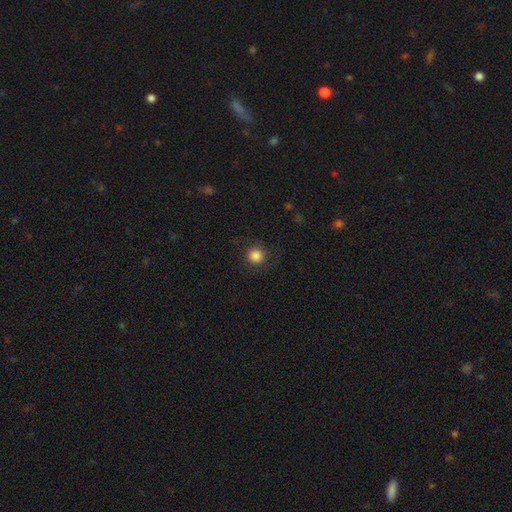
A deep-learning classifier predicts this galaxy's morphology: type=smooth (86%); roundness=round (94%); merging=none (88%).